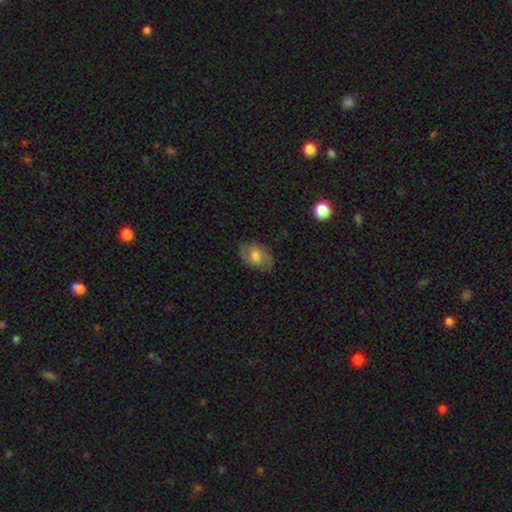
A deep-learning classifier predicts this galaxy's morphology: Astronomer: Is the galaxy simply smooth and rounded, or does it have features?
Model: smooth — 66%.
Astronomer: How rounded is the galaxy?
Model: in between — 83%.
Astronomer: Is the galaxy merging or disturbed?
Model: none — 72%.